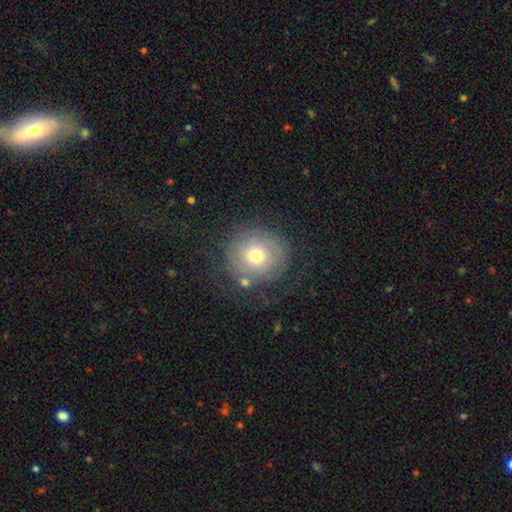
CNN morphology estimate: Smooth or featured? featured or disk (53%)
Edge-on disk? no (96%)
Bar? no (85%)
Spiral arms? yes (71%)
Bulge size? moderate (59%)
Merging? none (72%)